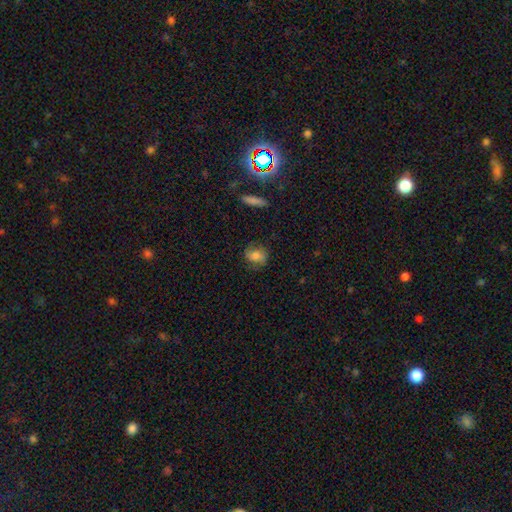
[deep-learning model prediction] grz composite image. It shows a smooth galaxy with no disk features (66%) that is round (55%). Merging: none (74%).